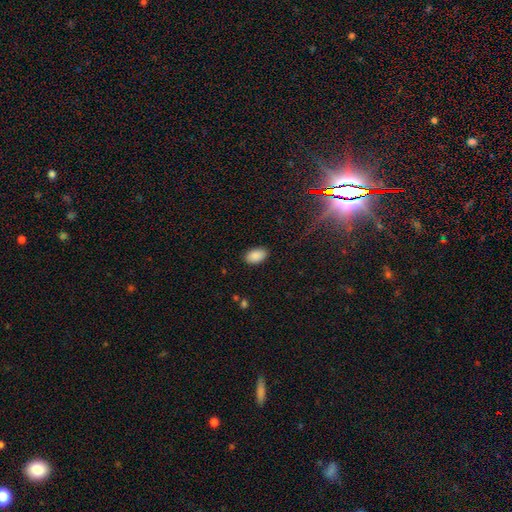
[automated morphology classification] smooth_or_featured: smooth (p=0.89) [alt: star or artifact p=0.08]
how_rounded: in between (p=0.94) [alt: round p=0.05]
merging: none (p=0.88) [alt: minor disturbance p=0.09]